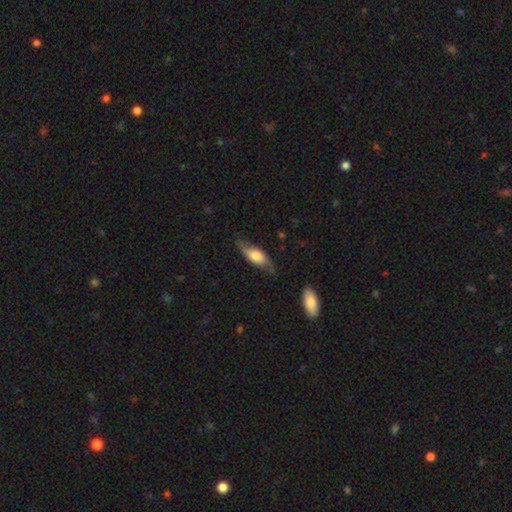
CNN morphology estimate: Smooth or featured? smooth (48%)
Merging? none (68%)